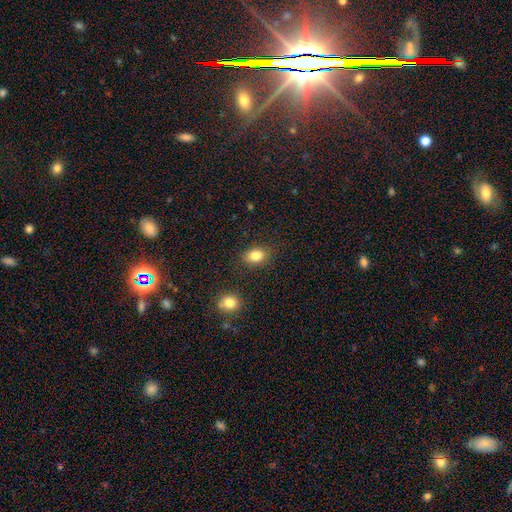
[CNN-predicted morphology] Q: Smooth or featured?
A: smooth (83%); runner-up: star or artifact (10%)
Q: How rounded?
A: in between (77%); runner-up: round (22%)
Q: Merging?
A: none (84%); runner-up: minor disturbance (10%)